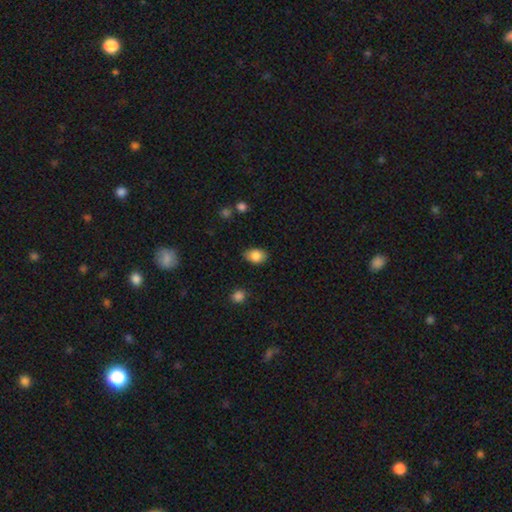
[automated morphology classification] A smooth galaxy with no disk features (86%) that is in between round and cigar-shaped (75%). Merging: none (77%).